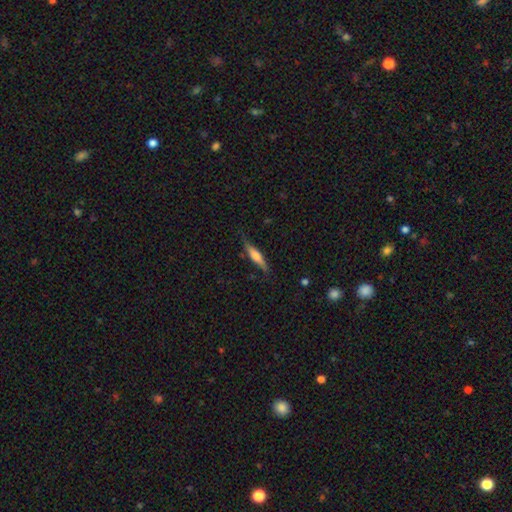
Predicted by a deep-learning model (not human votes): Smooth or featured? Predicted: smooth (p=0.47, tied with featured or disk). Merging? Predicted: none (p=0.77).